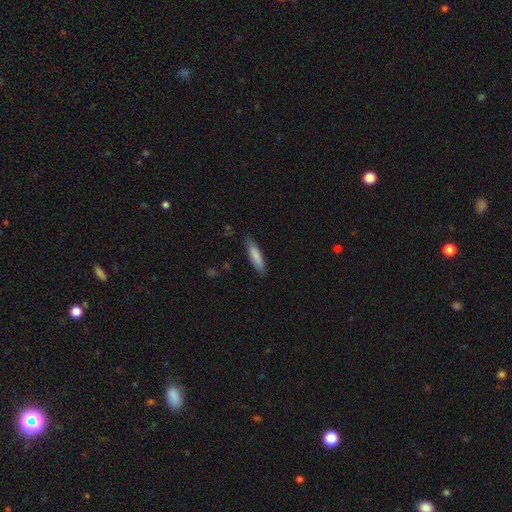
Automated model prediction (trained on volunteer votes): This is clearly a smooth galaxy (85%). How rounded: likely cigar-shaped (72%). Merging: clearly none (81%).